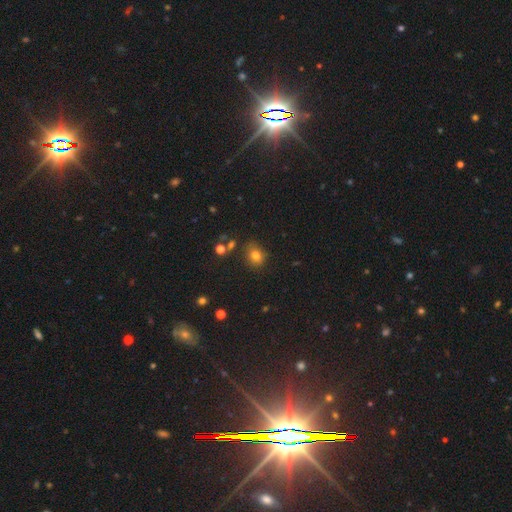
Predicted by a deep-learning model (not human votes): smooth-or-featured: smooth: 77% | star or artifact: 15% | featured or disk: 8%
  how-rounded: round: 62% | in between: 37% | cigar-shaped: 1%
  merging: none: 75% | minor disturbance: 16% | merger: 5% | major disturbance: 4%